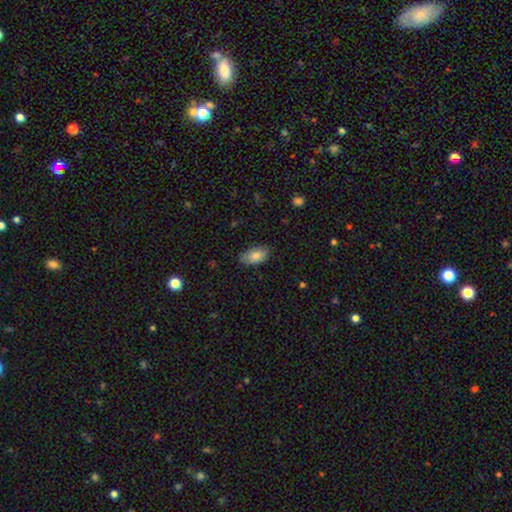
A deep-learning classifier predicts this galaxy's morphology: smooth 83%, featured or disk 10%, star or artifact 7%. Down the decision tree: how rounded — in between (93%); merging — none (78%).